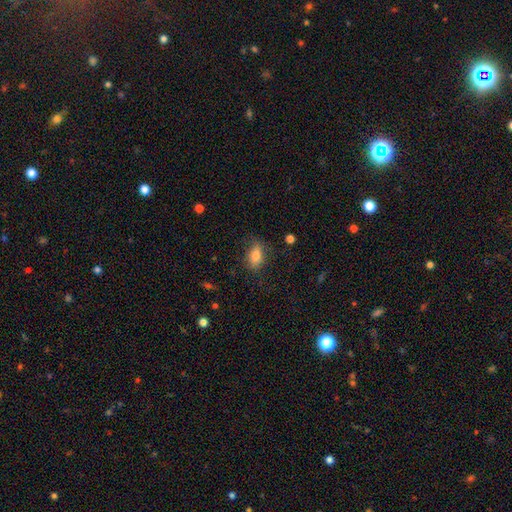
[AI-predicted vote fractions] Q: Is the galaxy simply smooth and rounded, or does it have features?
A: smooth — 80%.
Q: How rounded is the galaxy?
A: in between — 83%.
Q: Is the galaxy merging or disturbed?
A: none — 73%.